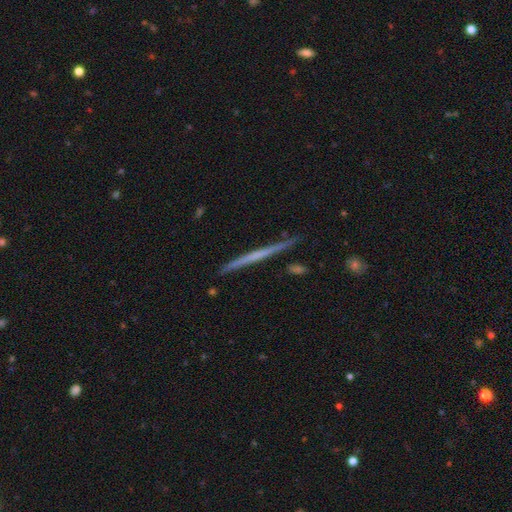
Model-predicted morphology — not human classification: This is likely a featured or disk galaxy (62%). It is clearly viewed edge-on (97%). Edge-on bulge: clearly none (84%). Merging: clearly none (89%).